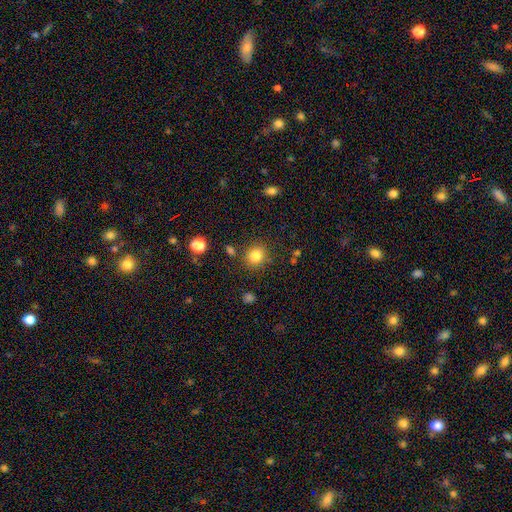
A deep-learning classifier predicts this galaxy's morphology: Smooth or featured?
  - smooth: 83% *
  - star or artifact: 12%
  - featured or disk: 5%
How rounded?
  - round: 84% *
  - in between: 15%
  - cigar-shaped: 1%
Merging?
  - none: 83% *
  - minor disturbance: 9%
  - merger: 4%
  - major disturbance: 4%